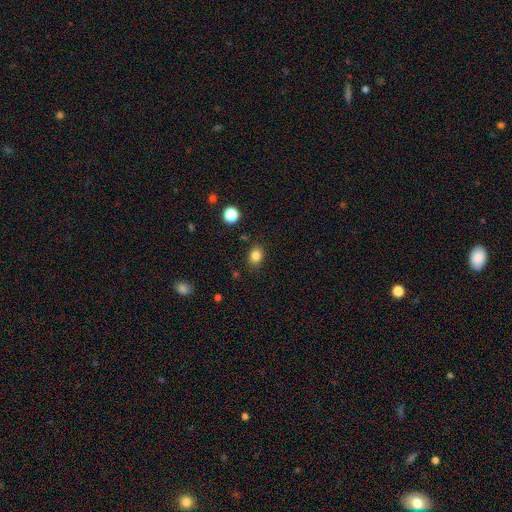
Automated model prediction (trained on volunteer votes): smooth_or_featured: smooth (p=0.84) [alt: star or artifact p=0.11]
how_rounded: in between (p=0.56) [alt: round p=0.43]
merging: none (p=0.84) [alt: minor disturbance p=0.11]